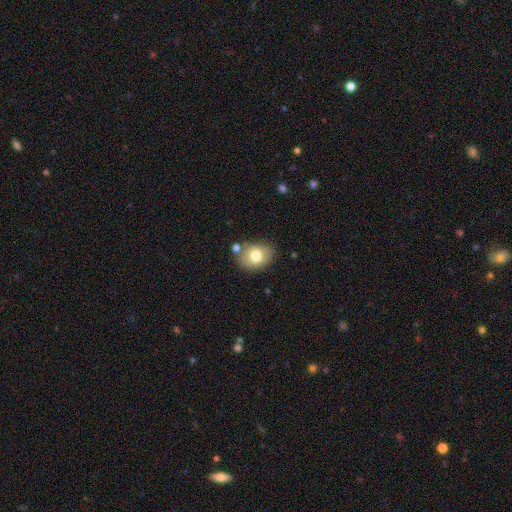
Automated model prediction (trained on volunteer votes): Smooth or featured? Predicted: smooth (p=0.75). How rounded? Predicted: in between (p=0.68). Merging? Predicted: none (p=0.71).